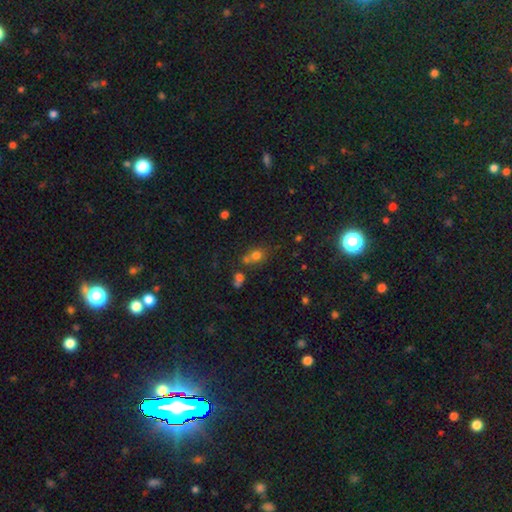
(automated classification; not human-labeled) This is likely a smooth galaxy (68%). How rounded: possibly round (59%). Merging: marginally none (44%).